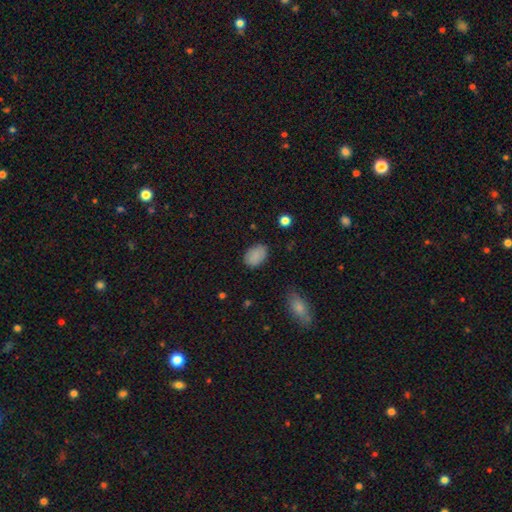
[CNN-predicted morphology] A smooth galaxy with no disk features (86%) that is in between round and cigar-shaped (85%). Merging: none (80%).